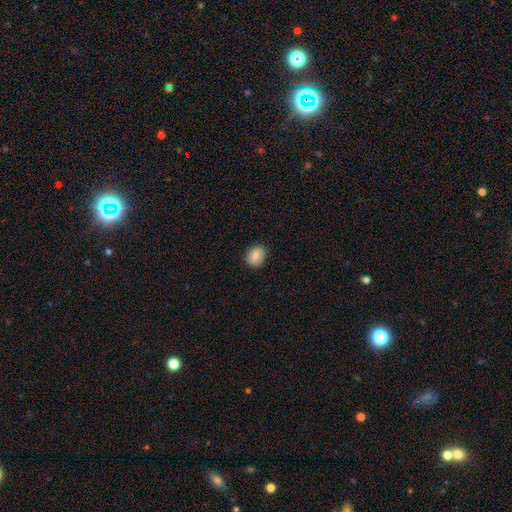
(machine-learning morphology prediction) A smooth galaxy with no disk features (87%) that is in between round and cigar-shaped (53%). Merging: none (85%).